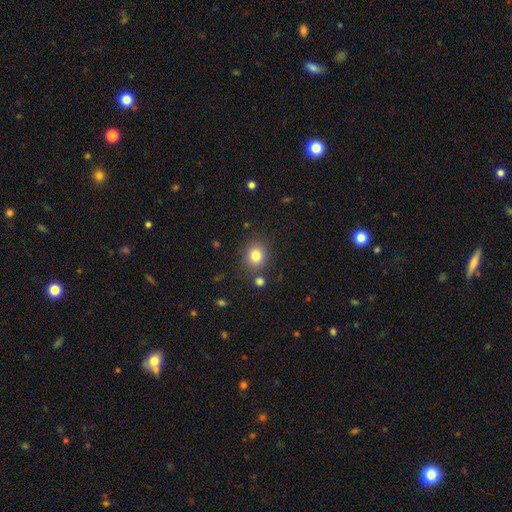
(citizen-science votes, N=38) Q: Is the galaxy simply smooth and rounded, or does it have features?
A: smooth — 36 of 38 (95%).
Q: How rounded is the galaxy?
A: round — 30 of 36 (83%).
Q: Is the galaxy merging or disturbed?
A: none — 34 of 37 (92%).